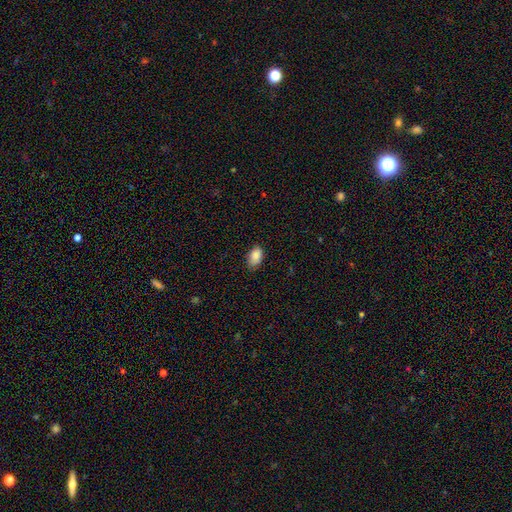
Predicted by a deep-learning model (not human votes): smooth-or-featured: smooth: 87% | star or artifact: 8% | featured or disk: 5%
  how-rounded: in between: 92% | round: 6% | cigar-shaped: 2%
  merging: none: 75% | minor disturbance: 21% | major disturbance: 3% | merger: 1%